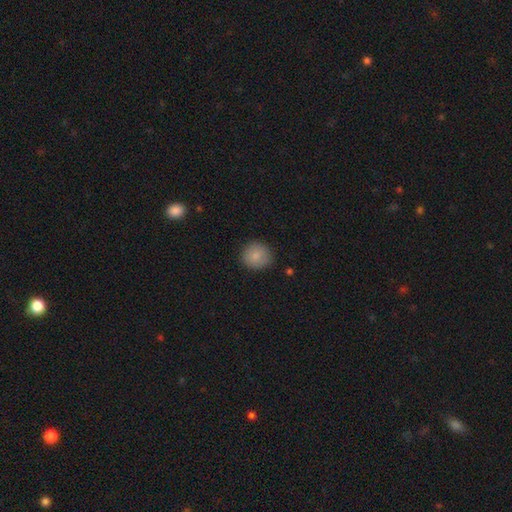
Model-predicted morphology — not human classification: type=smooth (85%); roundness=round (90%); merging=none (86%).